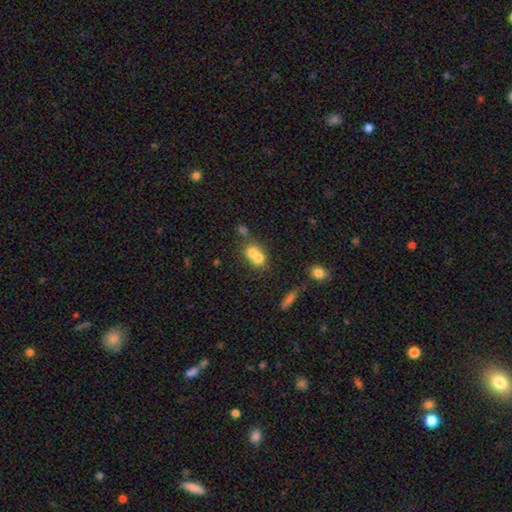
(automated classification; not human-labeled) Smooth or featured?
  - smooth: 68% *
  - featured or disk: 20%
  - star or artifact: 12%
How rounded?
  - round: 66% *
  - in between: 32%
  - cigar-shaped: 2%
Merging?
  - merger: 68% *
  - none: 23%
  - minor disturbance: 6%
  - major disturbance: 3%